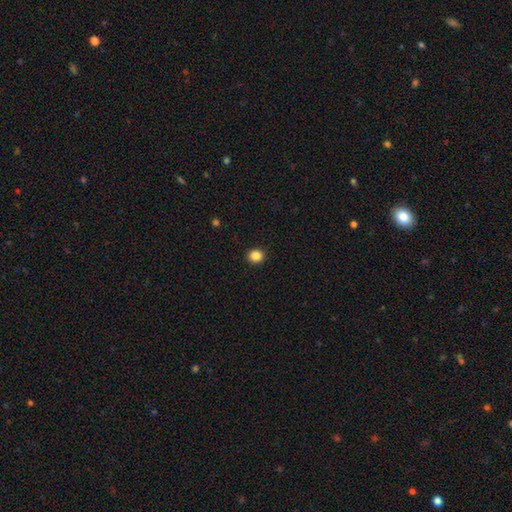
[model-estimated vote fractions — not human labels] Morphology: type=smooth (86%); roundness=round (82%); merging=none (92%).